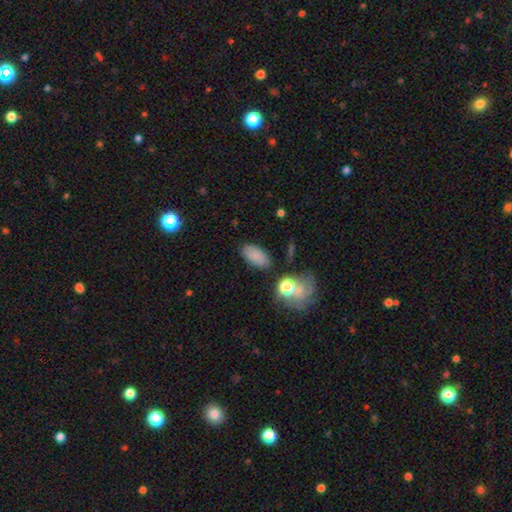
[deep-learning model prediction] A smooth galaxy with no disk features (82%) that is in between round and cigar-shaped (92%).

Vote fractions:
- Smooth or featured? smooth: 82% / star or artifact: 10% / featured or disk: 8%
- How rounded? in between: 92% / round: 5% / cigar-shaped: 3%
- Merging? none: 81% / minor disturbance: 11% / merger: 4% / major disturbance: 4%